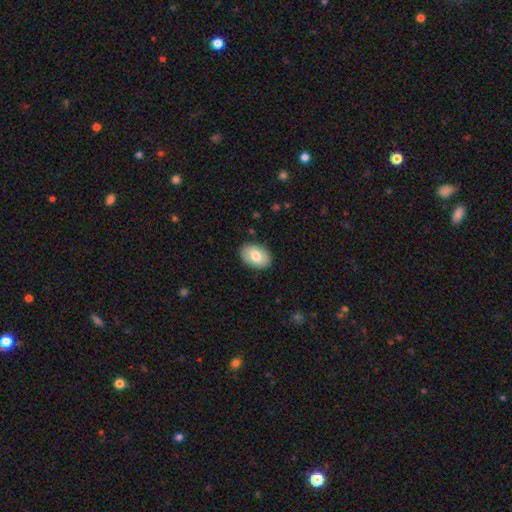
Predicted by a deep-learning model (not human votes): smooth-or-featured: smooth: 74% | featured or disk: 20% | star or artifact: 6%
  how-rounded: in between: 86% | round: 13% | cigar-shaped: 1%
  merging: none: 87% | minor disturbance: 10% | major disturbance: 2% | merger: 1%